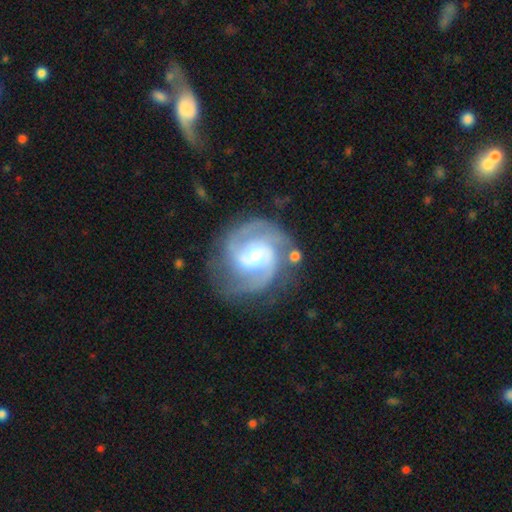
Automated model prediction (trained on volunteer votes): smooth_or_featured: featured or disk (p=0.89) [alt: smooth p=0.06]
disk_edge_on: no (p=0.98) [alt: yes p=0.02]
bar: no (p=0.48) [alt: weak p=0.41]
has_spiral_arms: yes (p=0.97) [alt: no p=0.03]
spiral_winding: medium (p=0.48) [alt: tight p=0.41]
spiral_arm_count: 2 (p=0.55) [alt: 3 p=0.27]
bulge_size: moderate (p=0.68) [alt: small p=0.24]
merging: none (p=0.72) [alt: minor disturbance p=0.17]